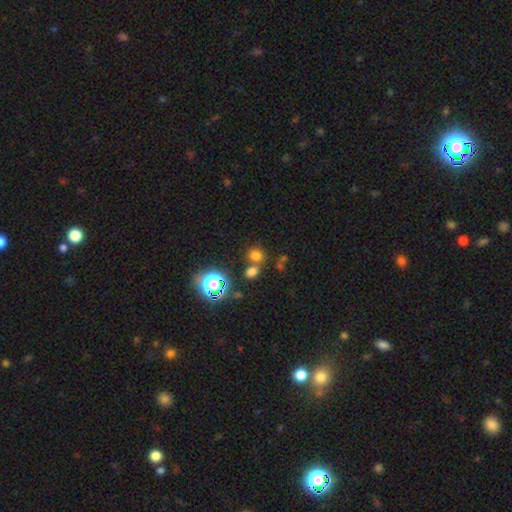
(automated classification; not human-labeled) Smooth or featured? smooth (69%)
How rounded? round (74%)
Merging? none (58%)